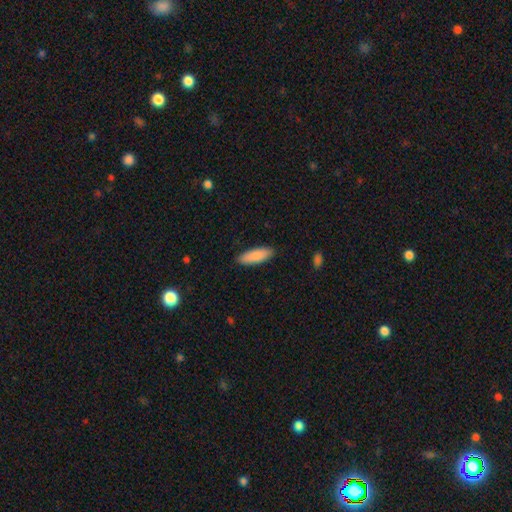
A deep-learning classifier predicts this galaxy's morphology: type=smooth (88%); roundness=in between (60%); merging=none (88%).